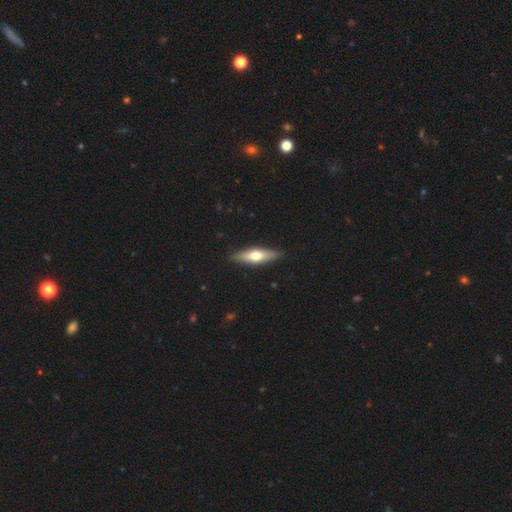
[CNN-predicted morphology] Q: Smooth or featured?
A: smooth (50%); runner-up: featured or disk (45%)
Q: Merging?
A: none (89%); runner-up: minor disturbance (8%)